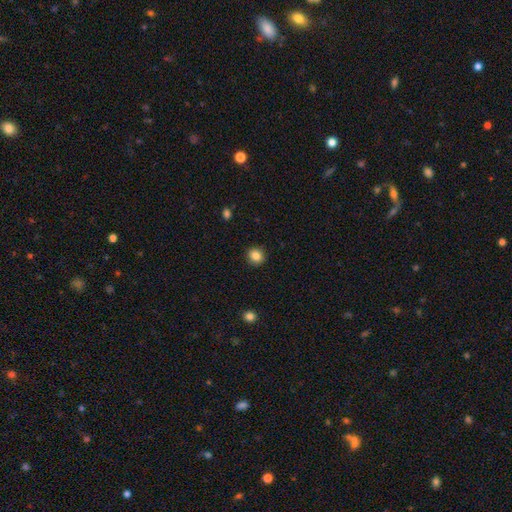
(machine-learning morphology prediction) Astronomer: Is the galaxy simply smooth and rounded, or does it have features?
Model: smooth — 85%.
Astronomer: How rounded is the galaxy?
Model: round — 83%.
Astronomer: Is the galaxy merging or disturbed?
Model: none — 91%.